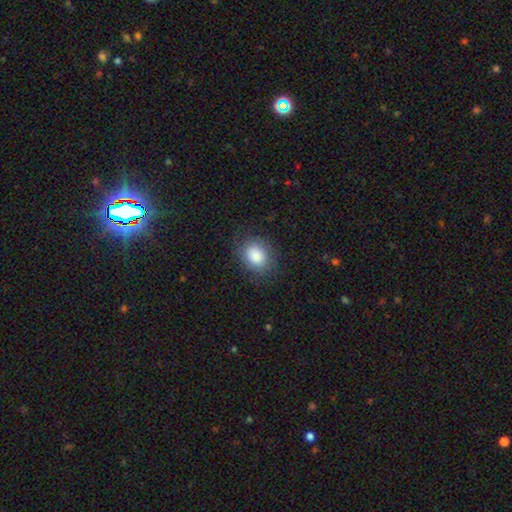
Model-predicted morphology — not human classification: smooth 83%, featured or disk 9%, star or artifact 8%. Down the decision tree: how rounded — in between (53%); merging — none (79%).